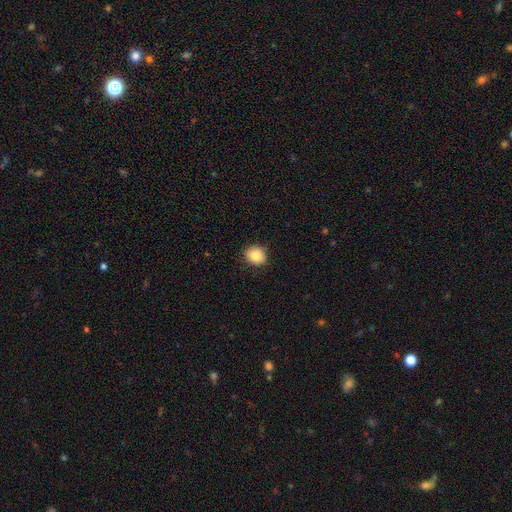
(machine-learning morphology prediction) Smooth or featured? smooth (86%)
How rounded? round (69%)
Merging? none (84%)